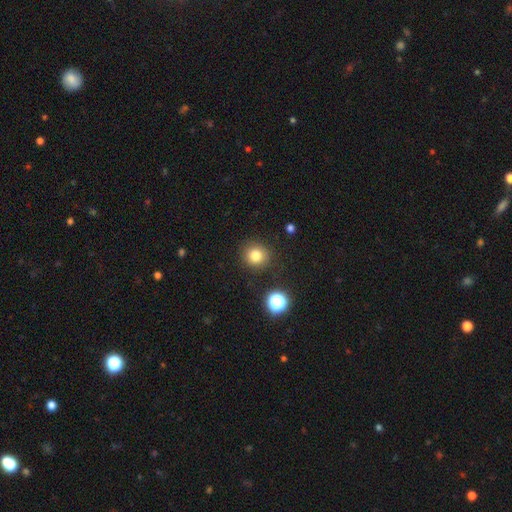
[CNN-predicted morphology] This is likely a smooth galaxy (80%). How rounded: clearly round (90%). Merging: clearly none (88%).